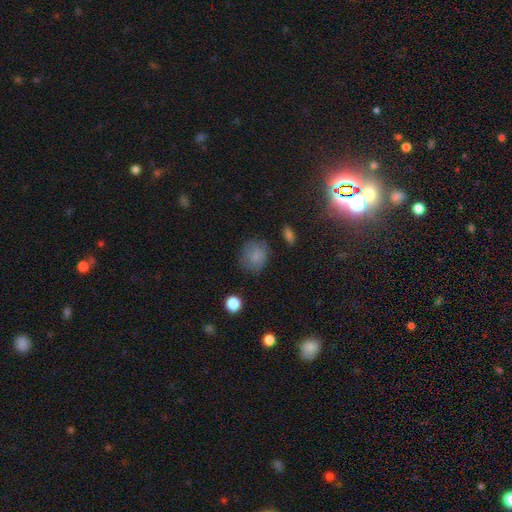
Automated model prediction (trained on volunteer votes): smooth-or-featured: smooth: 76% | featured or disk: 13% | star or artifact: 11%
  how-rounded: round: 69% | in between: 30% | cigar-shaped: 1%
  merging: none: 70% | minor disturbance: 21% | major disturbance: 7% | merger: 2%